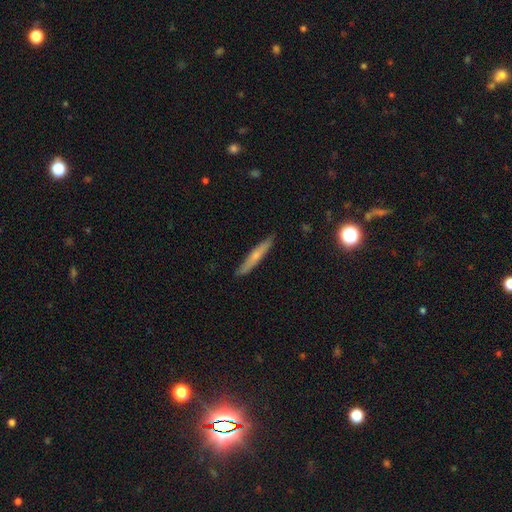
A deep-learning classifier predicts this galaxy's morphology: smooth 56%, featured or disk 37%, star or artifact 7%. Down the decision tree: how rounded — cigar-shaped (94%); merging — none (88%).